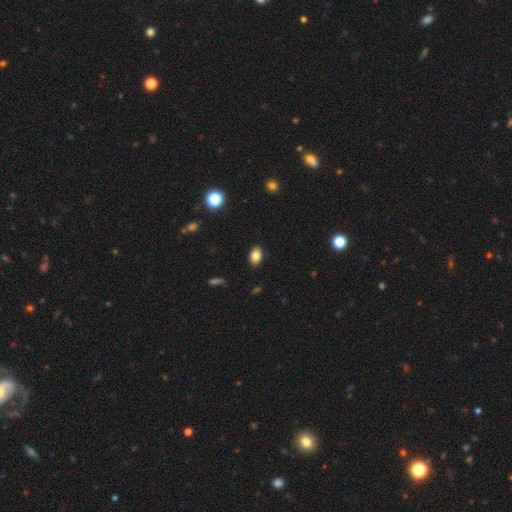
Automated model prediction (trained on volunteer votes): Overall: smooth (83%). How rounded: in between (88%). Merging: none (88%).